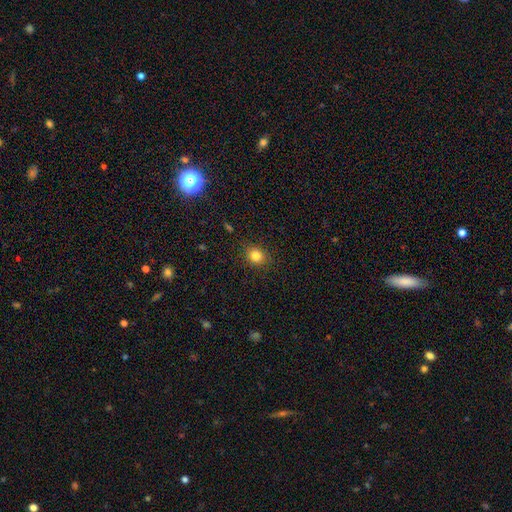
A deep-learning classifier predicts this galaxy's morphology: smooth_or_featured: smooth (p=0.83) [alt: star or artifact p=0.12]
how_rounded: round (p=0.74) [alt: in between p=0.25]
merging: none (p=0.88) [alt: minor disturbance p=0.09]